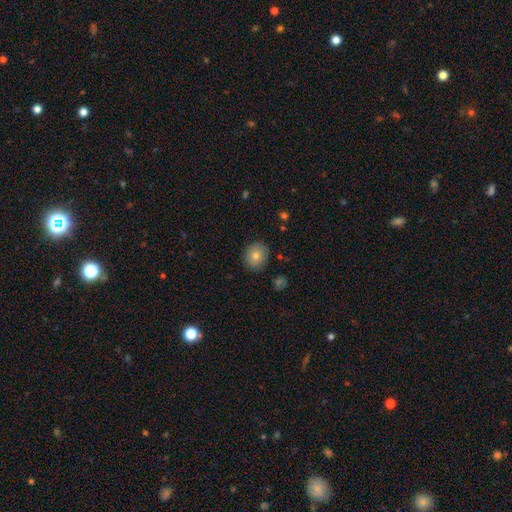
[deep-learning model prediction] smooth 77%, featured or disk 13%, star or artifact 10%. Down the decision tree: how rounded — round (69%); merging — none (88%).